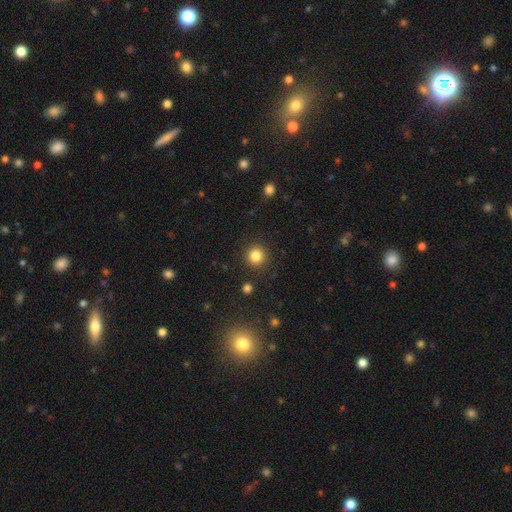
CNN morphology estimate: Smooth or featured? smooth (83%)
How rounded? round (93%)
Merging? none (90%)